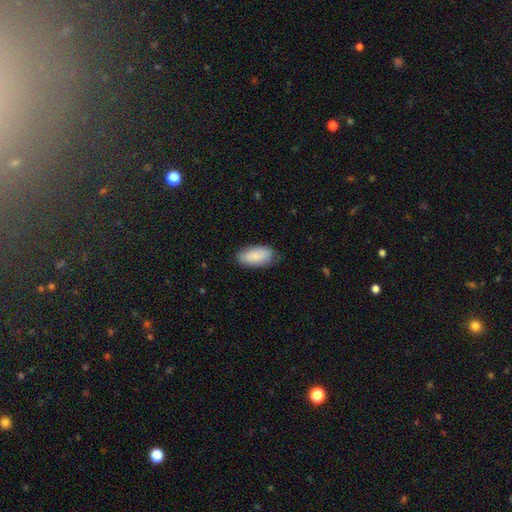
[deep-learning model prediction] Smooth or featured? smooth (83%)
How rounded? in between (93%)
Merging? none (78%)